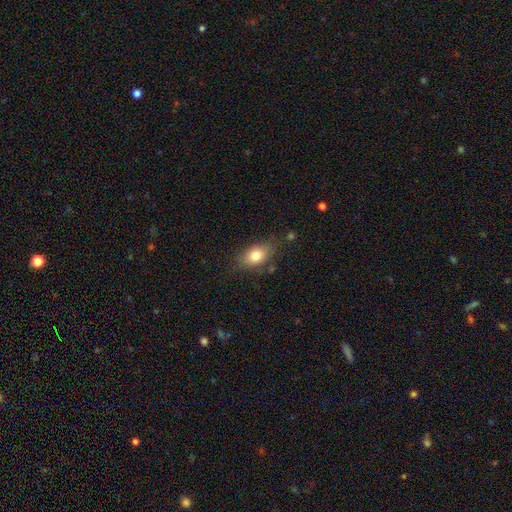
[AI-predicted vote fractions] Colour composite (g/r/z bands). It shows a smooth galaxy with no disk features (77%) that is in between round and cigar-shaped (82%). Merging: none (73%).